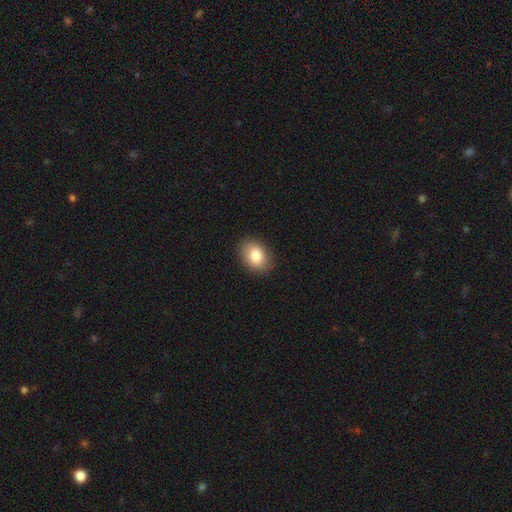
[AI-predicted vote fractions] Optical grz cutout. It shows a smooth galaxy with no disk features (84%) that is in between round and cigar-shaped (76%). Merging: none (89%).